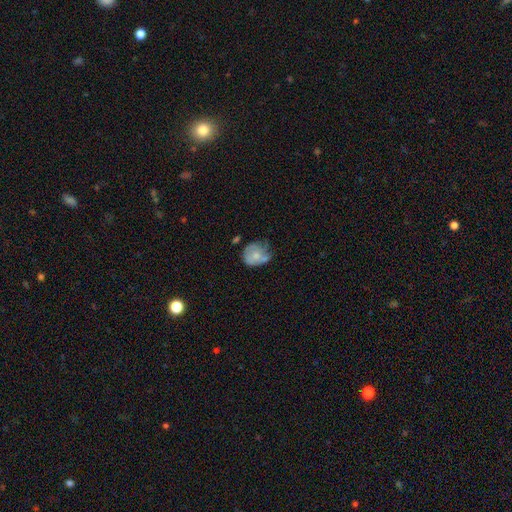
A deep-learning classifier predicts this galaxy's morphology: Q: Smooth or featured?
A: smooth (56%); runner-up: featured or disk (36%)
Q: How rounded?
A: round (60%); runner-up: in between (39%)
Q: Merging?
A: none (37%); runner-up: minor disturbance (36%)